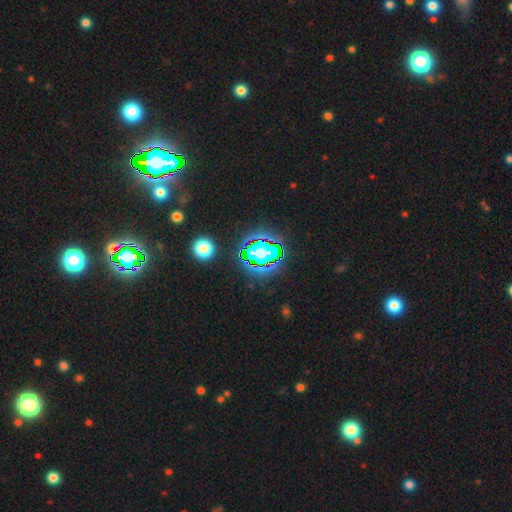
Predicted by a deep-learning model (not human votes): Q: Smooth or featured?
A: star or artifact (80%); runner-up: smooth (12%)